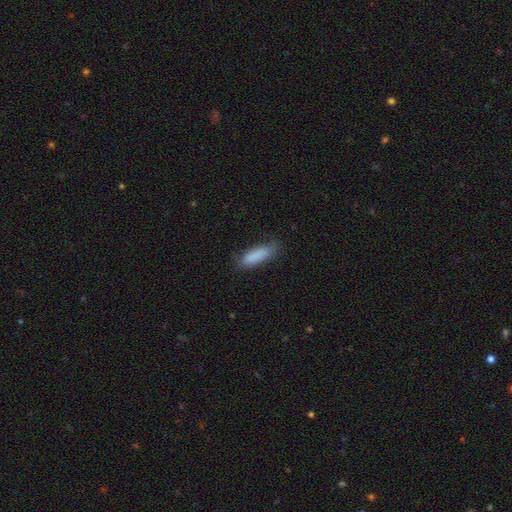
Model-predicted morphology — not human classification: A smooth galaxy with no disk features (86%) that is cigar-shaped (52%).

Vote fractions:
- Smooth or featured? smooth: 86% / featured or disk: 7% / star or artifact: 7%
- How rounded? cigar-shaped: 52% / in between: 47% / round: 2%
- Merging? none: 74% / minor disturbance: 20% / major disturbance: 5% / merger: 1%